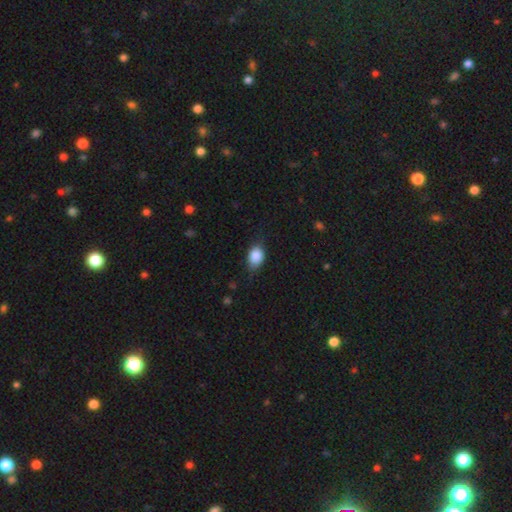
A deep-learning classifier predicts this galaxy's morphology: A smooth galaxy with no disk features (85%) that is in between round and cigar-shaped (75%).

Vote fractions:
- Smooth or featured? smooth: 85% / star or artifact: 8% / featured or disk: 7%
- How rounded? in between: 75% / round: 23% / cigar-shaped: 2%
- Merging? none: 65% / minor disturbance: 28% / major disturbance: 6% / merger: 1%